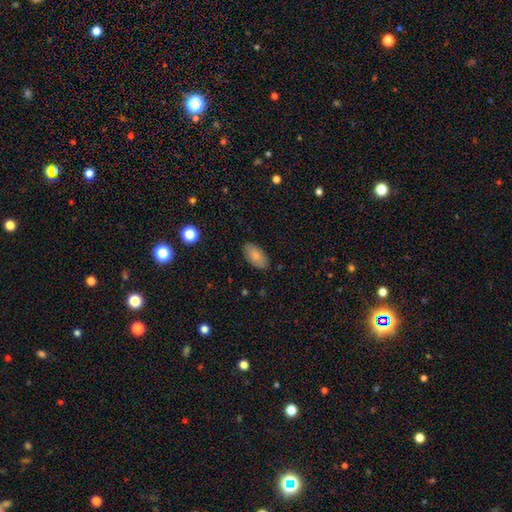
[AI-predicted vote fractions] Smooth or featured: smooth — 79% (featured or disk — 14%)
How rounded: in between — 94% (round — 3%)
Merging: none — 86% (minor disturbance — 10%)